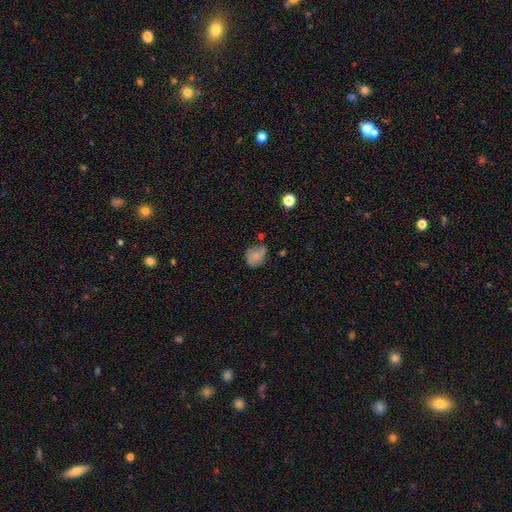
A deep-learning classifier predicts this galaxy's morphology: smooth-or-featured: smooth: 65% | featured or disk: 24% | star or artifact: 11%
  how-rounded: round: 57% | in between: 42% | cigar-shaped: 1%
  merging: none: 51% | minor disturbance: 30% | major disturbance: 11% | merger: 8%